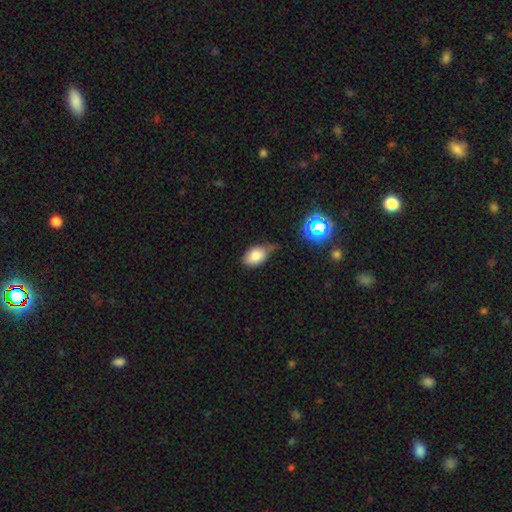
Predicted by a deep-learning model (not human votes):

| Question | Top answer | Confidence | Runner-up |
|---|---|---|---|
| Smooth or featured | smooth | 80% | star or artifact (11%) |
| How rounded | in between | 84% | round (15%) |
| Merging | none | 42% | tied: minor disturbance (42%) |